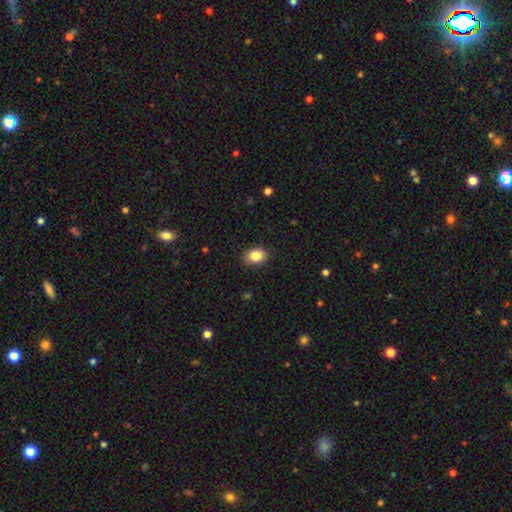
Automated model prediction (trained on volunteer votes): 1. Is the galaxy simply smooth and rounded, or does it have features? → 86% smooth, 9% star or artifact, 5% featured or disk.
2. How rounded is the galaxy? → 59% in between, 41% round, 1% cigar-shaped.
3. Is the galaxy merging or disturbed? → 87% none, 10% minor disturbance, 2% major disturbance, 1% merger.